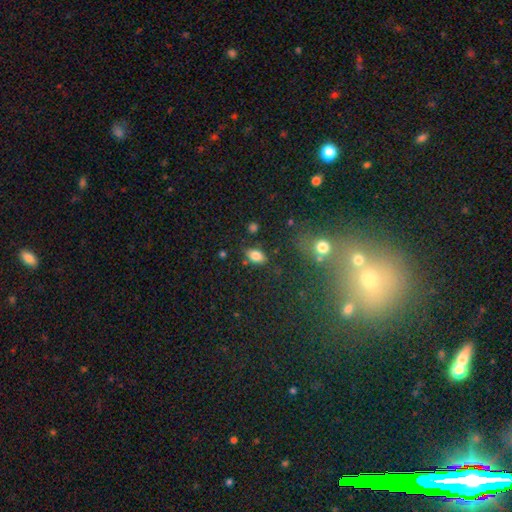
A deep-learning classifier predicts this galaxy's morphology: smooth_or_featured: smooth (p=0.81) [alt: star or artifact p=0.10]
how_rounded: in between (p=0.89) [alt: round p=0.08]
merging: none (p=0.80) [alt: minor disturbance p=0.13]